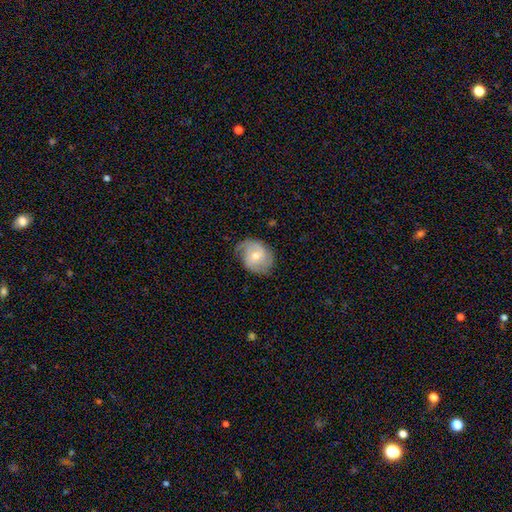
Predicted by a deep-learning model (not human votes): Smooth or featured?
  - featured or disk: 64% *
  - smooth: 29%
  - star or artifact: 7%
Edge-on disk?
  - no: 97% *
  - yes: 3%
Bar?
  - no: 60% *
  - weak: 34%
  - strong: 6%
Spiral arms?
  - yes: 88% *
  - no: 12%
Spiral winding?
  - tight: 42% *
  - medium: 39%
  - loose: 19%
Spiral arm count?
  - 2: 53% *
  - can't tell: 23%
  - 3: 11%
  - 1: 8%
  - 4: 3%
  - more than 4: 3%
Bulge size?
  - moderate: 58% *
  - small: 38%
  - large: 2%
  - none: 1%
  - dominant: 1%
Merging?
  - none: 63% *
  - minor disturbance: 26%
  - major disturbance: 10%
  - merger: 1%